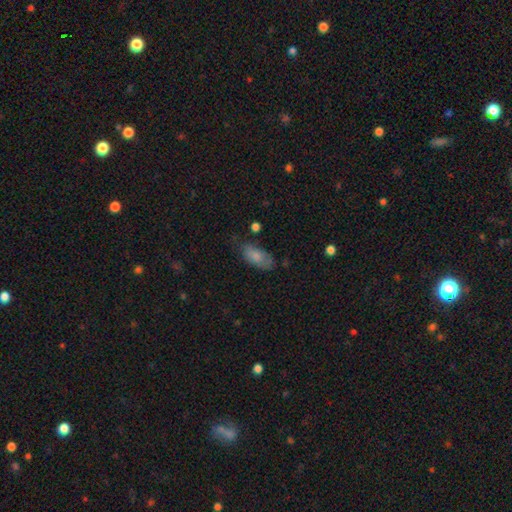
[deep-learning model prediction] smooth-or-featured: smooth: 79% | featured or disk: 14% | star or artifact: 7%
  how-rounded: in between: 89% | cigar-shaped: 8% | round: 3%
  merging: none: 58% | minor disturbance: 29% | major disturbance: 10% | merger: 3%